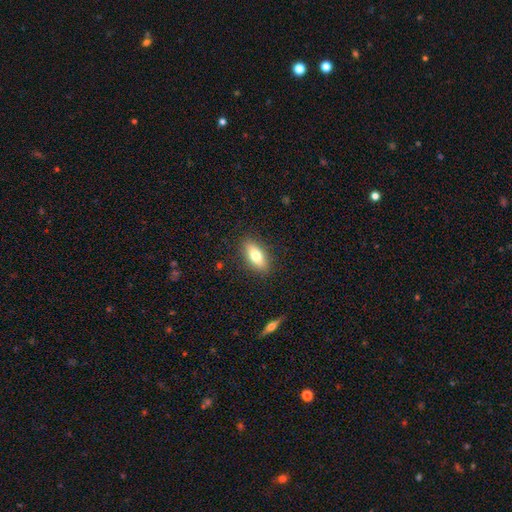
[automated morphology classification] This appears to be a smooth galaxy with no disk features (72%) that is in between round and cigar-shaped (76%). Merging: none (87%).